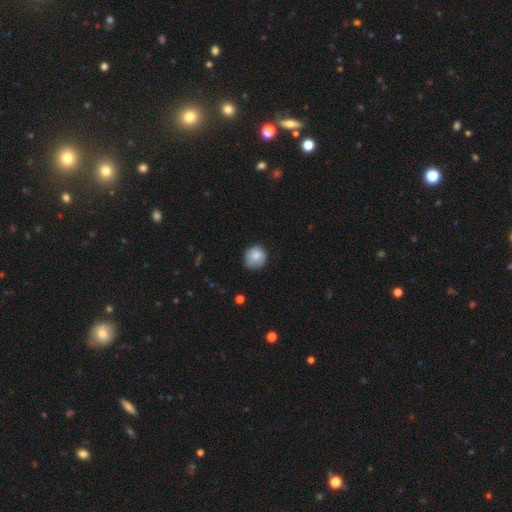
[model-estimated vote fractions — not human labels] A smooth galaxy with no disk features (80%) that is round (83%). Merging: none (71%).